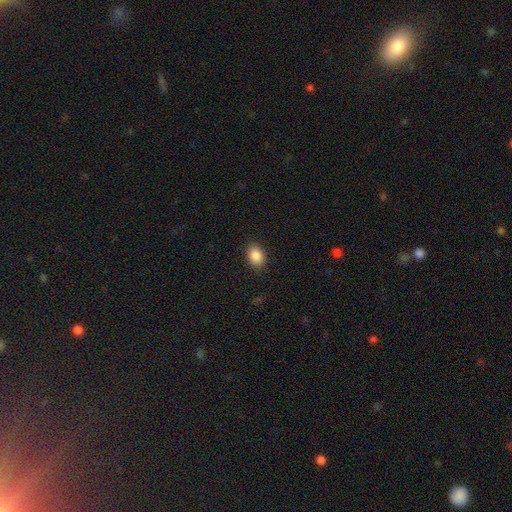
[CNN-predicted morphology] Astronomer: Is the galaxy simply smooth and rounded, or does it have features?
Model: smooth — 88%.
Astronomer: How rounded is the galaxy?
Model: in between — 75%.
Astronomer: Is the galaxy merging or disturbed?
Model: none — 89%.